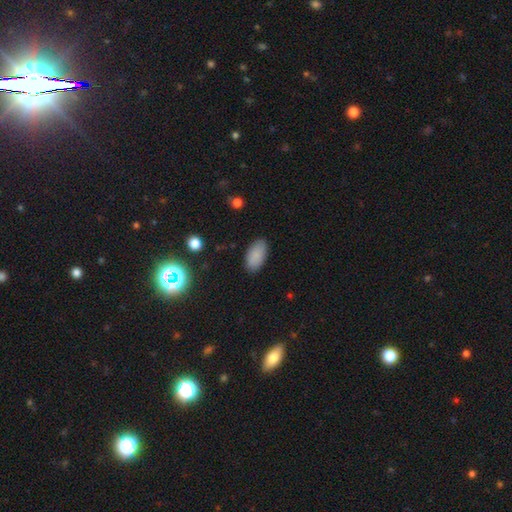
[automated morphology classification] This appears to be a smooth galaxy with no disk features (86%) that is in between round and cigar-shaped (94%). Merging: none (86%).